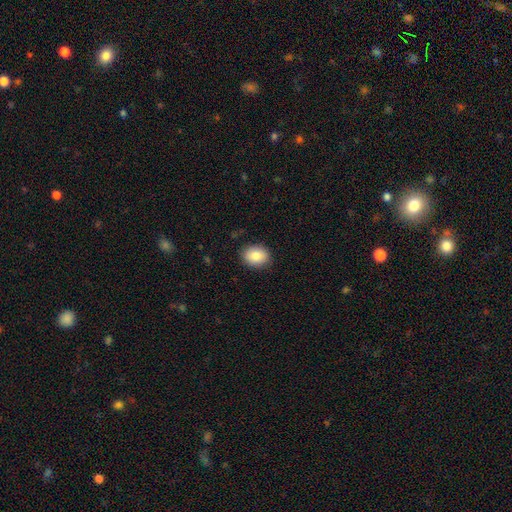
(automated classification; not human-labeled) Smooth or featured?
  - smooth: 85% *
  - star or artifact: 8%
  - featured or disk: 7%
How rounded?
  - in between: 53% *
  - round: 46%
  - cigar-shaped: 1%
Merging?
  - none: 87% *
  - minor disturbance: 9%
  - major disturbance: 2%
  - merger: 1%